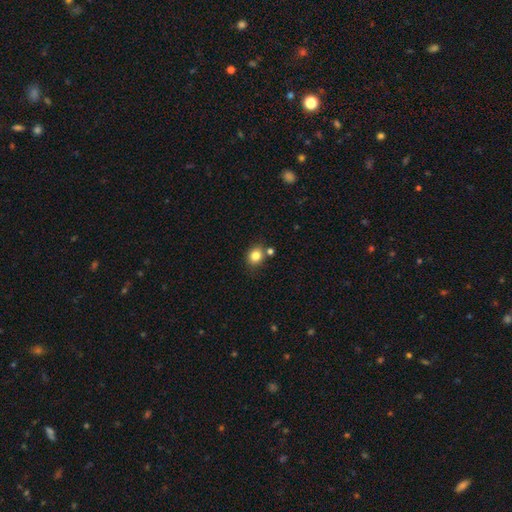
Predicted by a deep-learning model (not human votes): This is clearly a smooth galaxy (83%). How rounded: likely round (70%). Merging: likely none (73%).